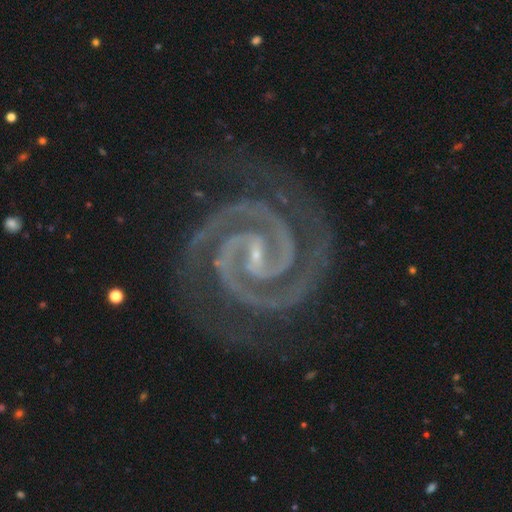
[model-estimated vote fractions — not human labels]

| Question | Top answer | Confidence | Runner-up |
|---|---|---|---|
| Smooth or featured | featured or disk | 95% | star or artifact (4%) |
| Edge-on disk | no | 98% | yes (2%) |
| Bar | strong | 42% | weak (38%) |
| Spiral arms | yes | 99% | no (1%) |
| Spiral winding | tight | 82% | medium (16%) |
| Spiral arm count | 2 | 92% | 3 (3%) |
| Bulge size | small | 81% | moderate (9%) |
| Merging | none | 82% | minor disturbance (13%) |